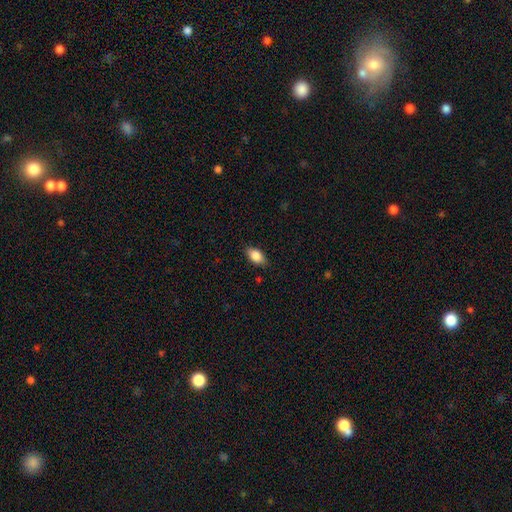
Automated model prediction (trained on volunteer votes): Overall: smooth (85%). How rounded: in between (90%). Merging: none (84%).